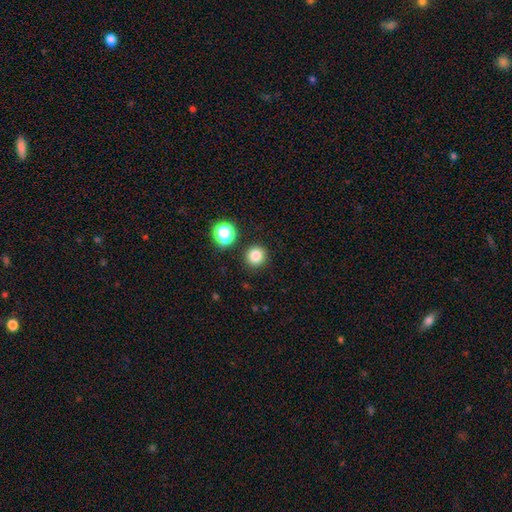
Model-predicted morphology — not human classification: smooth-or-featured: smooth: 82% | star or artifact: 13% | featured or disk: 5%
  how-rounded: round: 92% | in between: 7% | cigar-shaped: 1%
  merging: none: 89% | minor disturbance: 6% | merger: 3% | major disturbance: 2%